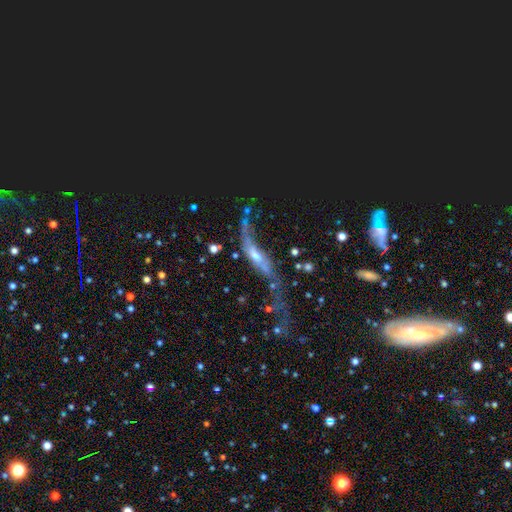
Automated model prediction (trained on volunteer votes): This is likely a featured or disk galaxy (66%). It is possibly not viewed edge-on (59%). Merging: marginally major disturbance (38%).